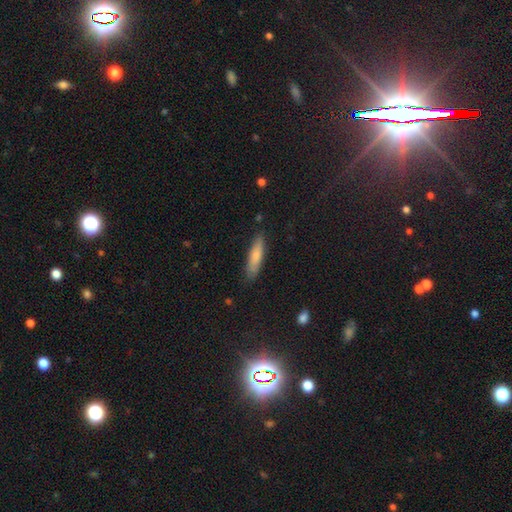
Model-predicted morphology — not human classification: smooth_or_featured: smooth (p=0.76) [alt: featured or disk p=0.18]
how_rounded: cigar-shaped (p=0.72) [alt: in between p=0.26]
merging: none (p=0.82) [alt: minor disturbance p=0.14]